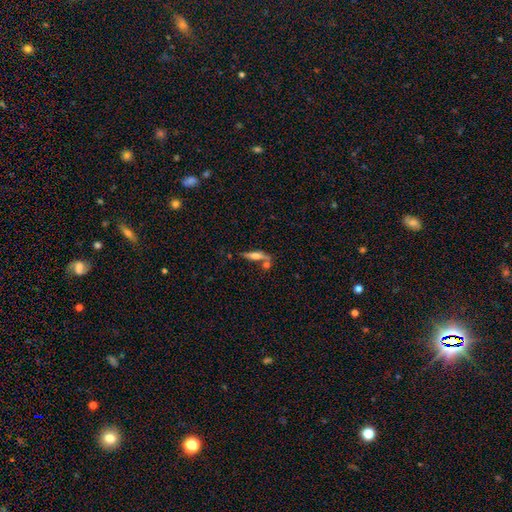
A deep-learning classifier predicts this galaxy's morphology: A featured or disk galaxy (49%).

Vote fractions:
- Smooth or featured? featured or disk: 49% / smooth: 42% / star or artifact: 8%
- Merging? none: 56% / merger: 27% / minor disturbance: 12% / major disturbance: 5%